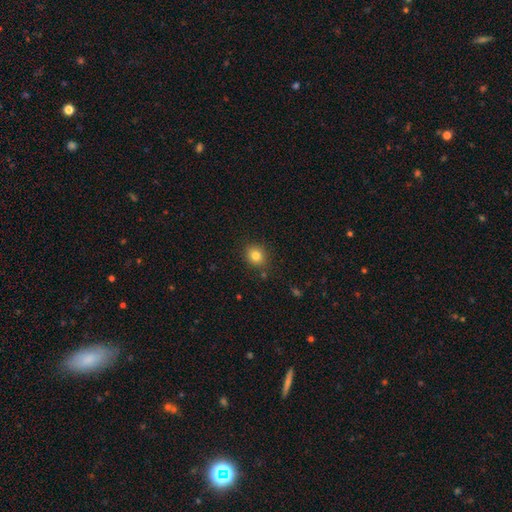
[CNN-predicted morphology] A smooth galaxy with no disk features (82%) that is round (75%). Merging: none (86%).